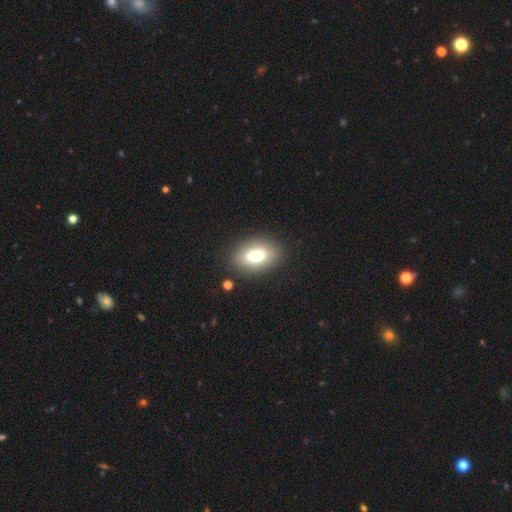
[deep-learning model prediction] Morphology: type=smooth (76%); roundness=in between (87%); merging=none (86%).